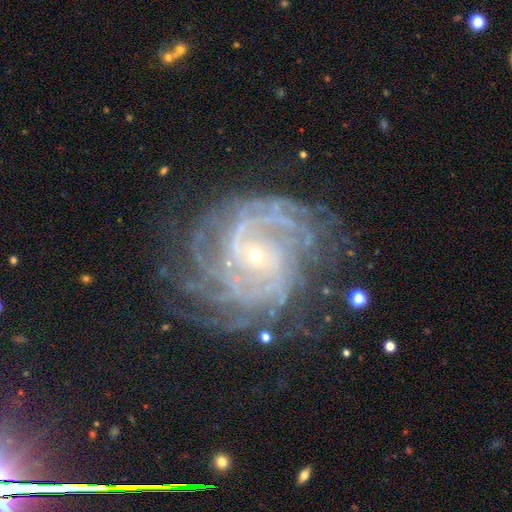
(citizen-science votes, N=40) This is clearly a featured or disk galaxy (92%). It is clearly not viewed edge-on (92%). Bar: likely no (62%). Spiral arm pattern: clearly yes (100%). Spiral arm count: marginally 4 (38%, tied with more than 4). Spiral winding: possibly medium (53%). Central bulge: likely small (76%). Merging: likely none (62%).